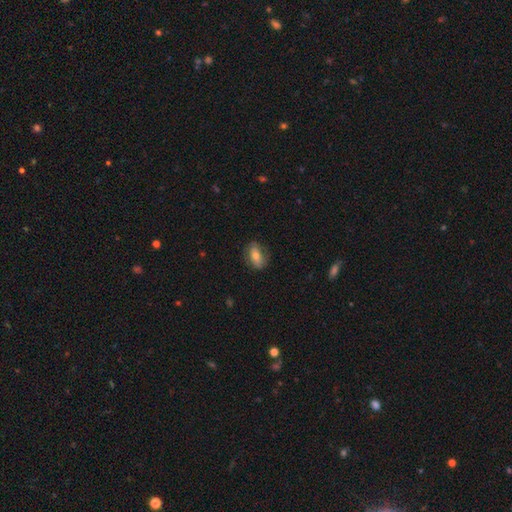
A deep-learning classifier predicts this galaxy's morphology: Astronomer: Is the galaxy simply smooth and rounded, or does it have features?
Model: smooth — 62%.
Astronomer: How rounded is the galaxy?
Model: in between — 82%.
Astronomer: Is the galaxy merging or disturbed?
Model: none — 76%.